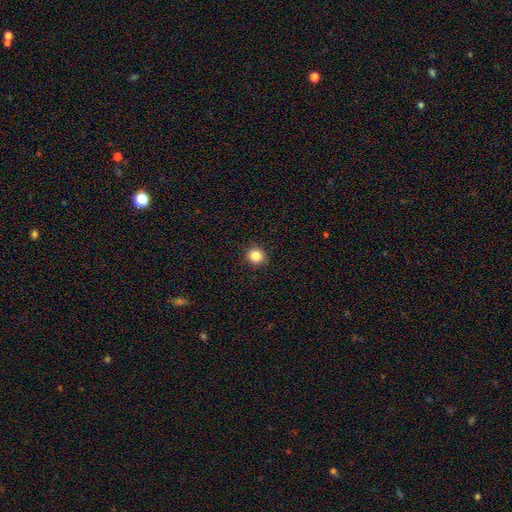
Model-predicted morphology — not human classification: smooth-or-featured: smooth: 85% | star or artifact: 11% | featured or disk: 4%
  how-rounded: round: 85% | in between: 14% | cigar-shaped: 1%
  merging: none: 91% | minor disturbance: 6% | major disturbance: 2% | merger: 1%